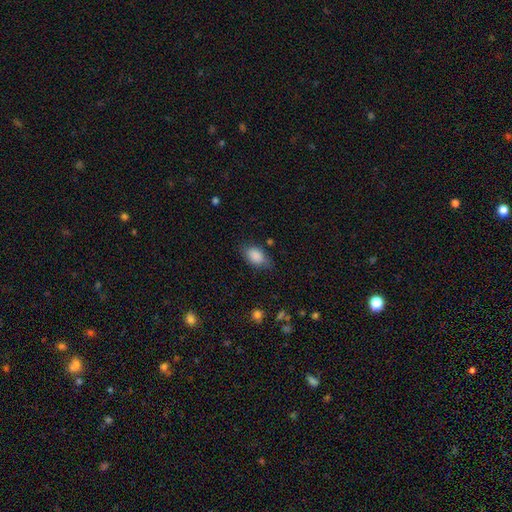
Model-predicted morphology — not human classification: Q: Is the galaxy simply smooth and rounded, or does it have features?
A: smooth — 86%.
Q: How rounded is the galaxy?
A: in between — 88%.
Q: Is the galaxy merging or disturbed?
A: none — 69%.